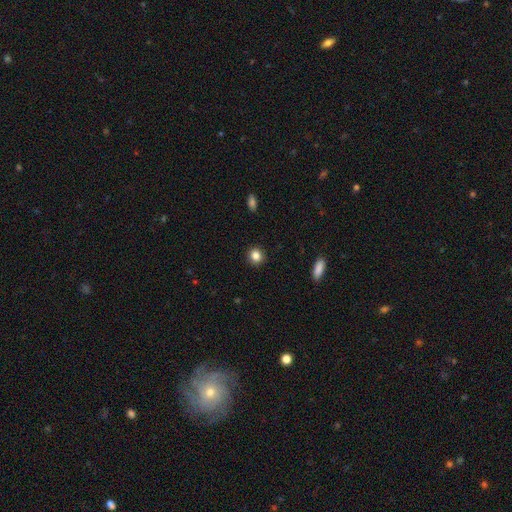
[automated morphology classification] Smooth or featured? Predicted: smooth (p=0.85). How rounded? Predicted: round (p=0.86). Merging? Predicted: none (p=0.91).